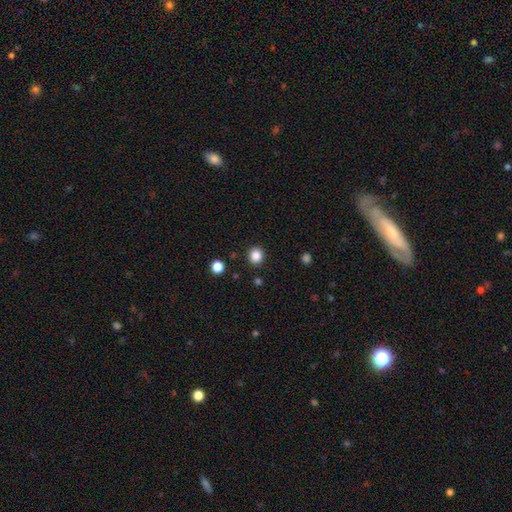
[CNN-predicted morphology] smooth_or_featured: smooth (p=0.85) [alt: star or artifact p=0.11]
how_rounded: round (p=0.83) [alt: in between p=0.16]
merging: none (p=0.90) [alt: minor disturbance p=0.06]